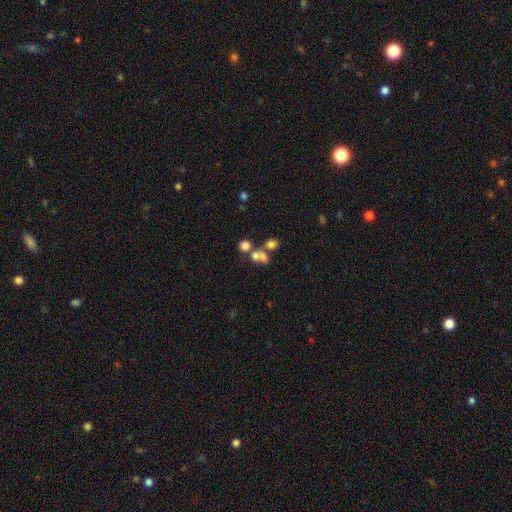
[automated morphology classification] smooth-or-featured: smooth: 66% | featured or disk: 18% | star or artifact: 17%
  how-rounded: round: 66% | in between: 32% | cigar-shaped: 2%
  merging: merger: 53% | none: 33% | minor disturbance: 8% | major disturbance: 7%